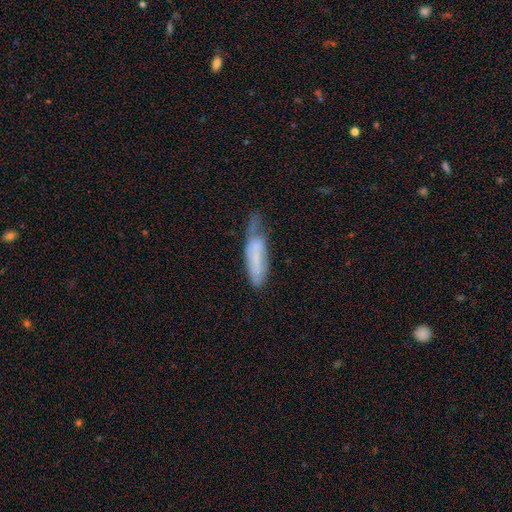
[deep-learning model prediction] smooth 60%, featured or disk 32%, star or artifact 8%. Down the decision tree: how rounded — cigar-shaped (59%); merging — minor disturbance (41%).